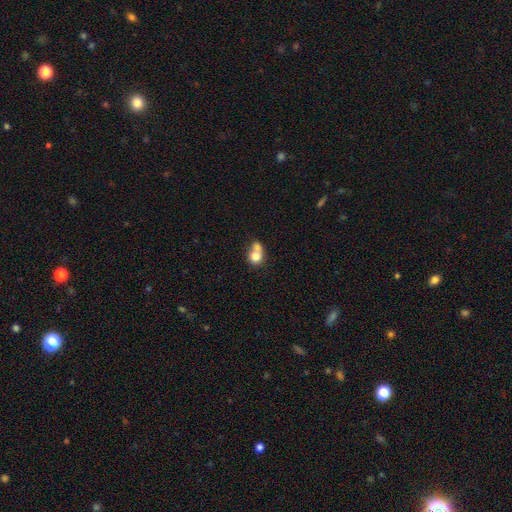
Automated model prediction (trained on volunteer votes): Smooth or featured: smooth — 76% (featured or disk — 14%)
How rounded: round — 71% (in between — 28%)
Merging: merger — 59% (none — 28%)